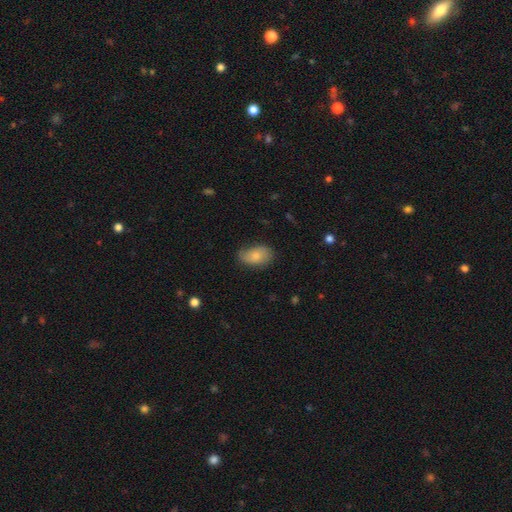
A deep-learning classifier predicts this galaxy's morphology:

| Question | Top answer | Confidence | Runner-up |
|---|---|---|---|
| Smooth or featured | smooth | 75% | featured or disk (18%) |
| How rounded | in between | 91% | round (8%) |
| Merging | none | 66% | minor disturbance (27%) |